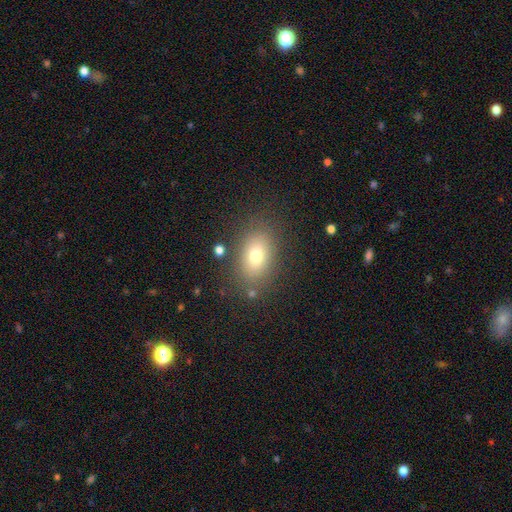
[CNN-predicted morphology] type=smooth (73%); roundness=in between (79%); merging=none (82%).